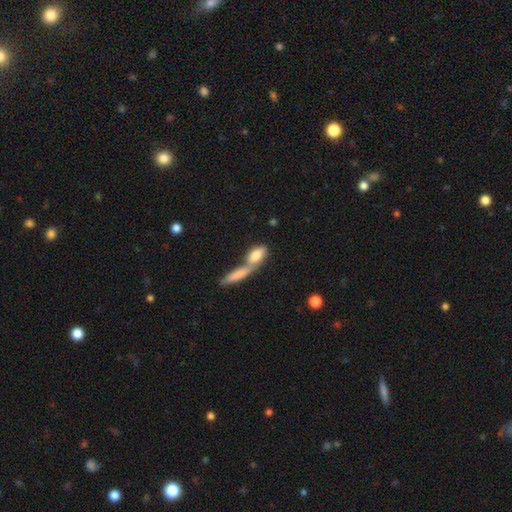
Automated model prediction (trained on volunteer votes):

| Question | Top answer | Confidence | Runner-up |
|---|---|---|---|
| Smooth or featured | smooth | 77% | featured or disk (16%) |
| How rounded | in between | 72% | cigar-shaped (23%) |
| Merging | merger | 56% | none (31%) |